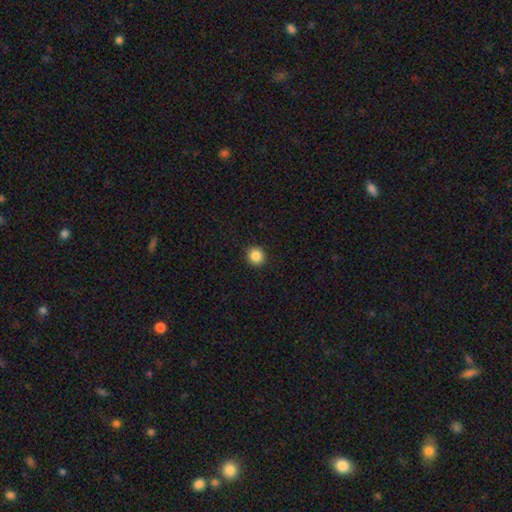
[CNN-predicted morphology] smooth_or_featured: smooth (p=0.87) [alt: star or artifact p=0.10]
how_rounded: round (p=0.89) [alt: in between p=0.10]
merging: none (p=0.92) [alt: minor disturbance p=0.05]